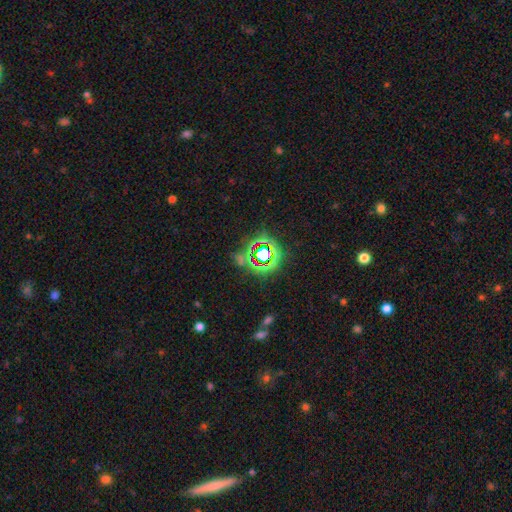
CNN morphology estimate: Overall: star or artifact (76%).